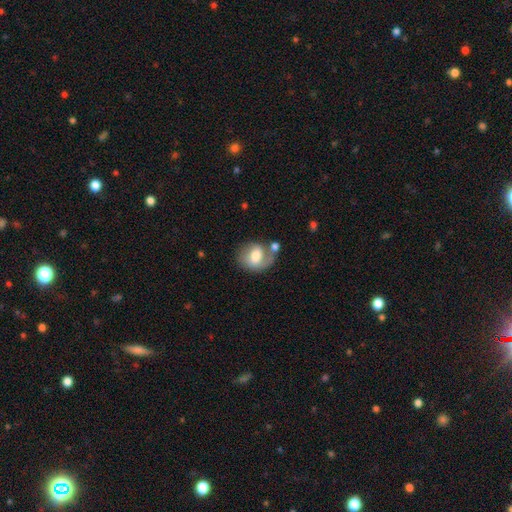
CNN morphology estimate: smooth 53%, featured or disk 40%, star or artifact 7%. Down the decision tree: how rounded — round (56%); merging — none (44%).